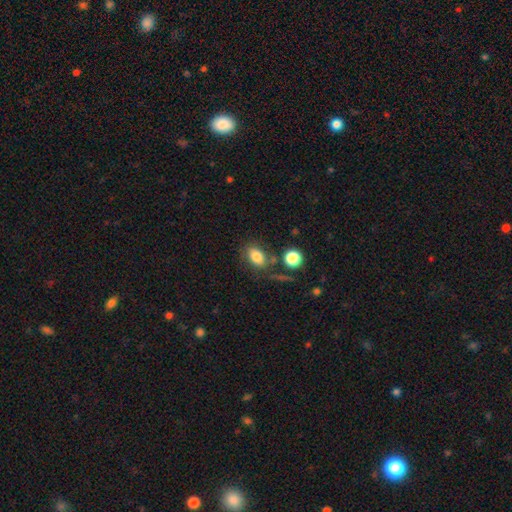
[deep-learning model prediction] A smooth galaxy with no disk features (81%) that is in between round and cigar-shaped (84%). Merging: none (66%).